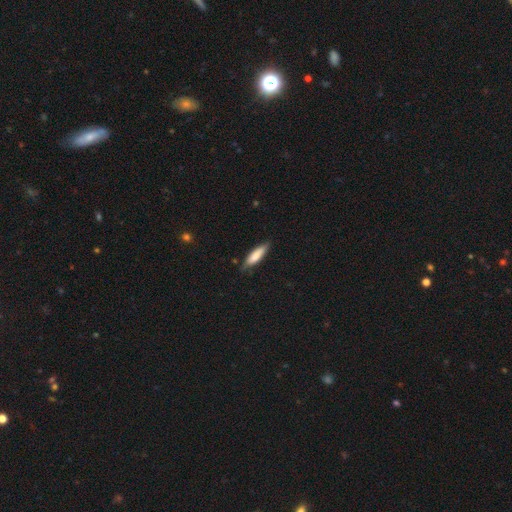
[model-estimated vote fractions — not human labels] Smooth or featured? smooth (76%)
How rounded? cigar-shaped (65%)
Merging? none (78%)